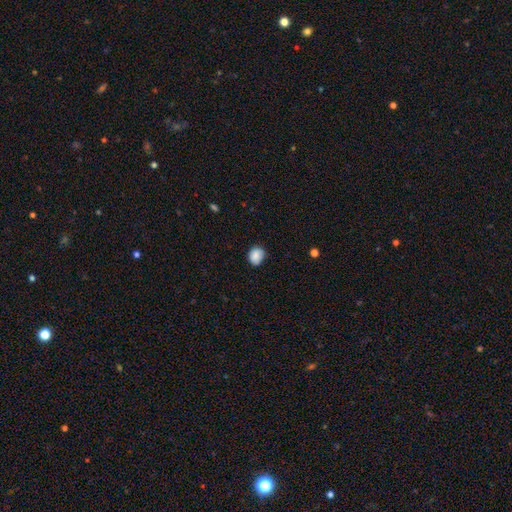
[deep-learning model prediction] Overall: smooth (87%). How rounded: round (58%; in between 42%). Merging: none (77%).